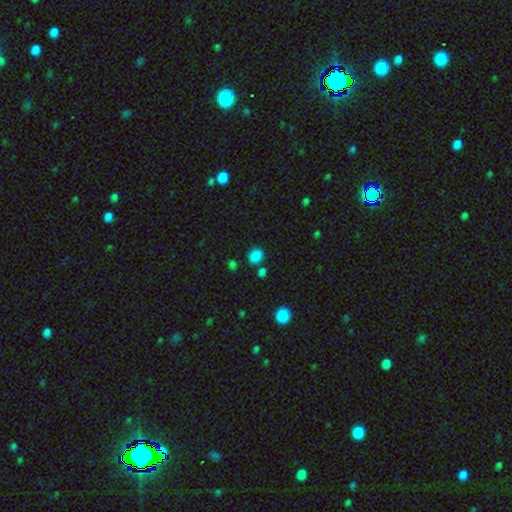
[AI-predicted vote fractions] This appears to be a smooth galaxy with no disk features (82%) that is round (58%). Merging: none (77%).